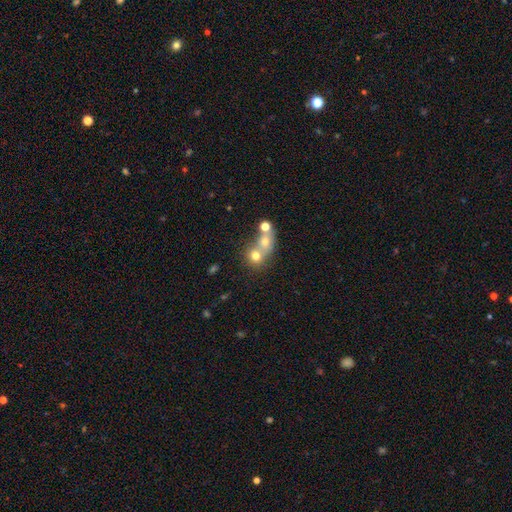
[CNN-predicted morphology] This is likely a smooth galaxy (67%). How rounded: likely round (76%). Merging: possibly merger (57%).